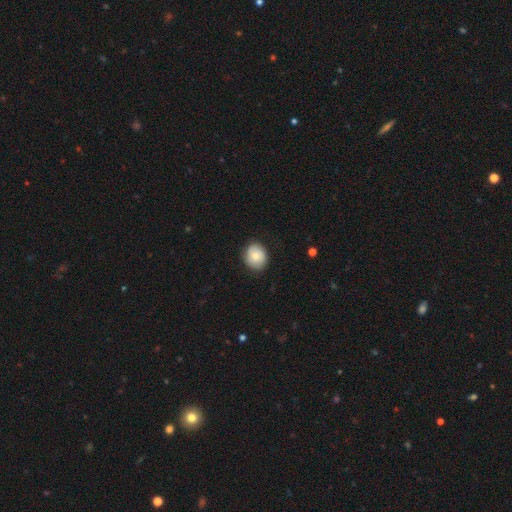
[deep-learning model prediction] A smooth galaxy with no disk features (74%) that is round (71%).

Vote fractions:
- Smooth or featured? smooth: 74% / featured or disk: 18% / star or artifact: 7%
- How rounded? round: 71% / in between: 28% / cigar-shaped: 1%
- Merging? none: 84% / minor disturbance: 12% / major disturbance: 3% / merger: 1%